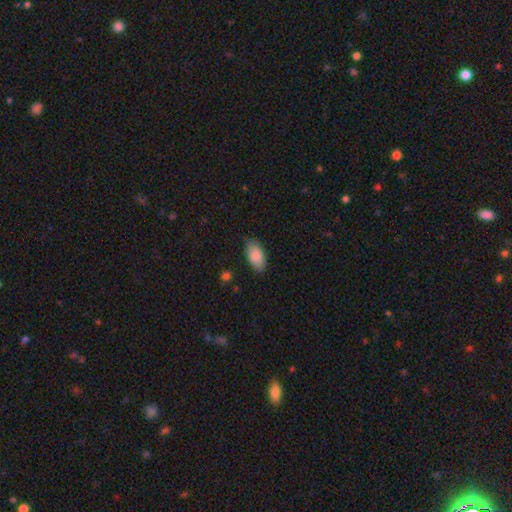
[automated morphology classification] Smooth or featured?
  - smooth: 87% *
  - featured or disk: 7%
  - star or artifact: 6%
How rounded?
  - in between: 93% *
  - cigar-shaped: 4%
  - round: 3%
Merging?
  - none: 79% *
  - minor disturbance: 17%
  - major disturbance: 3%
  - merger: 1%